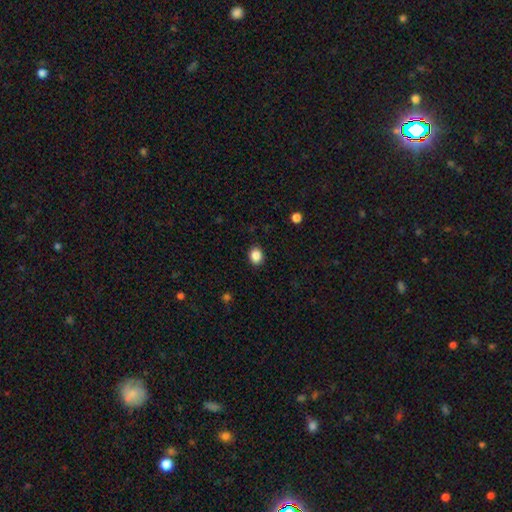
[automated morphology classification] Q: Smooth or featured?
A: smooth (87%); runner-up: star or artifact (10%)
Q: How rounded?
A: round (61%); runner-up: in between (38%)
Q: Merging?
A: none (89%); runner-up: minor disturbance (8%)